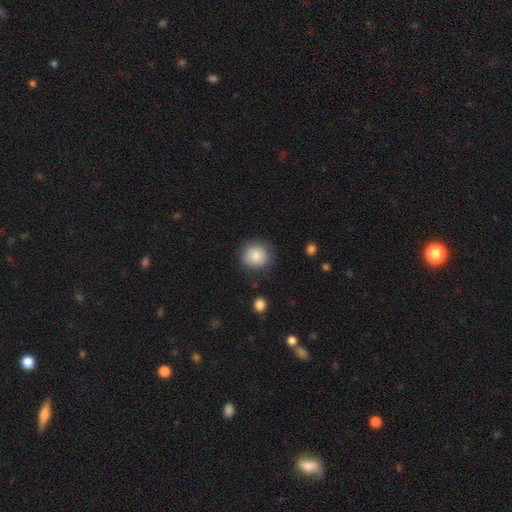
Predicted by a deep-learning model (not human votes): Smooth or featured? Predicted: smooth (p=0.85). How rounded? Predicted: round (p=0.88). Merging? Predicted: none (p=0.80).